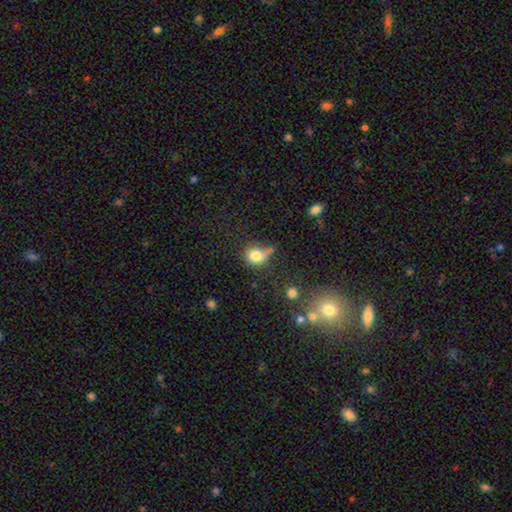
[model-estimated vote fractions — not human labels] smooth-or-featured: smooth: 77% | star or artifact: 12% | featured or disk: 11%
  how-rounded: round: 70% | in between: 28% | cigar-shaped: 2%
  merging: none: 39% | minor disturbance: 26% | major disturbance: 19% | merger: 16%